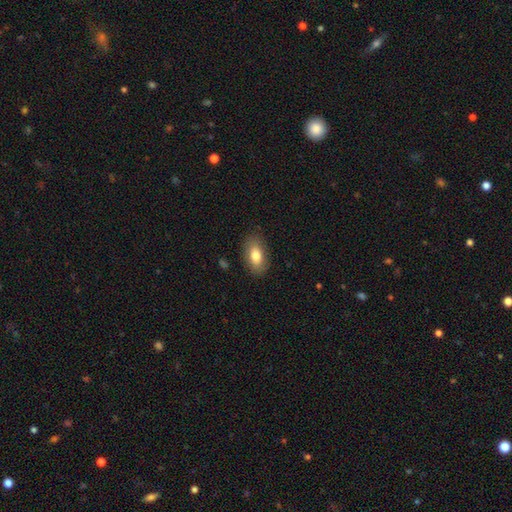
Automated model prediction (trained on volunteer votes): A smooth galaxy with no disk features (79%) that is in between round and cigar-shaped (90%).

Vote fractions:
- Smooth or featured? smooth: 79% / featured or disk: 14% / star or artifact: 7%
- How rounded? in between: 90% / round: 6% / cigar-shaped: 4%
- Merging? none: 85% / minor disturbance: 11% / major disturbance: 3% / merger: 1%